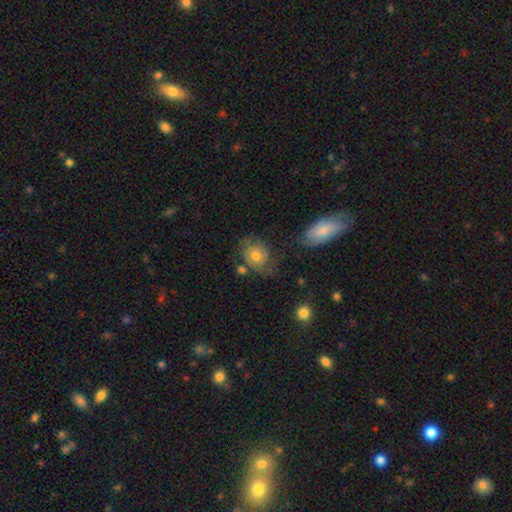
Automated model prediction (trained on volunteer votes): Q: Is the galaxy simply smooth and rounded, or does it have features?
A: featured or disk — 53%.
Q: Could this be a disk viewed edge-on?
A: no — 97%.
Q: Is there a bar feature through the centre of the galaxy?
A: no — 79%.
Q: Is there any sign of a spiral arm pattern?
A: yes — 81%.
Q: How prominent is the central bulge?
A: moderate — 65%.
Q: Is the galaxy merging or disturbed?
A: none — 50%.